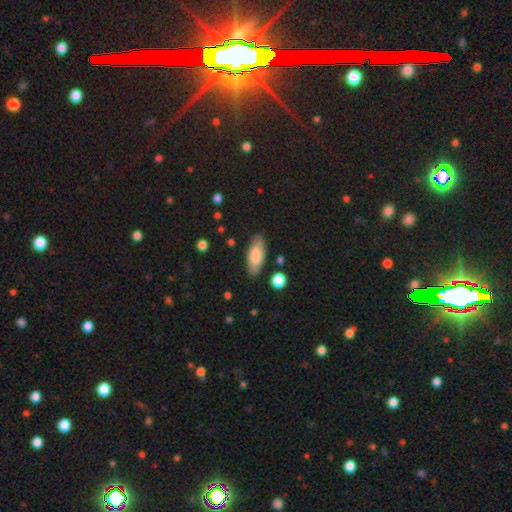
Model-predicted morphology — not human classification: smooth 79%, featured or disk 15%, star or artifact 6%. Down the decision tree: how rounded — in between (80%); merging — none (84%).